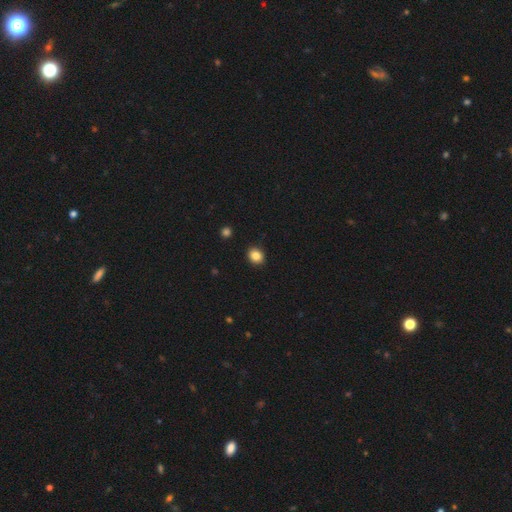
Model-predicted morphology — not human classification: smooth 86%, star or artifact 10%, featured or disk 5%. Down the decision tree: how rounded — round (65%); merging — none (90%).